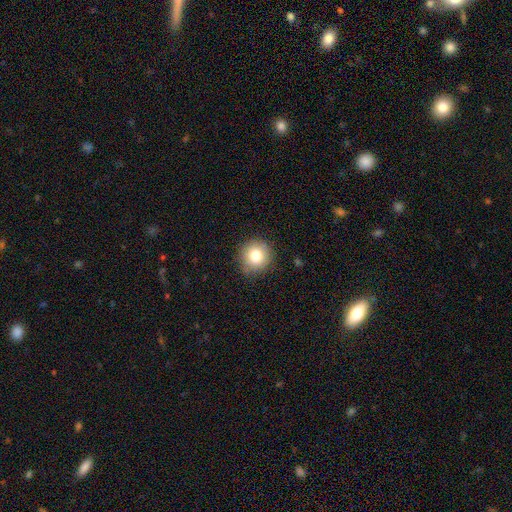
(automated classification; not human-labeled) smooth_or_featured: smooth (p=0.80) [alt: star or artifact p=0.11]
how_rounded: round (p=0.93) [alt: in between p=0.06]
merging: none (p=0.87) [alt: minor disturbance p=0.10]